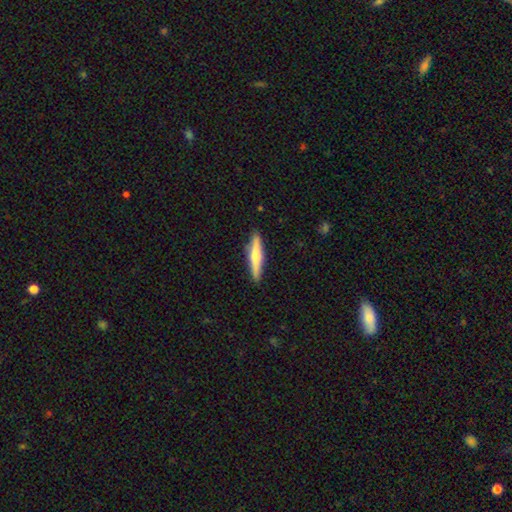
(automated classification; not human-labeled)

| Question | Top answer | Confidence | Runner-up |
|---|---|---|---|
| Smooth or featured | smooth | 57% | featured or disk (37%) |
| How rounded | cigar-shaped | 89% | in between (10%) |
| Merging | none | 89% | minor disturbance (8%) |